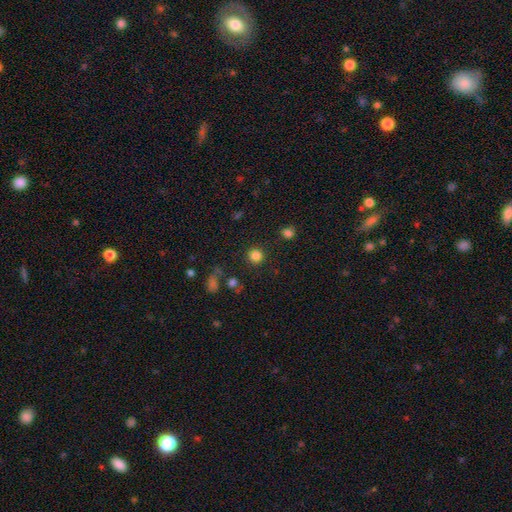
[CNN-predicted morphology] Smooth or featured? Predicted: smooth (p=0.83). How rounded? Predicted: round (p=0.94). Merging? Predicted: none (p=0.89).